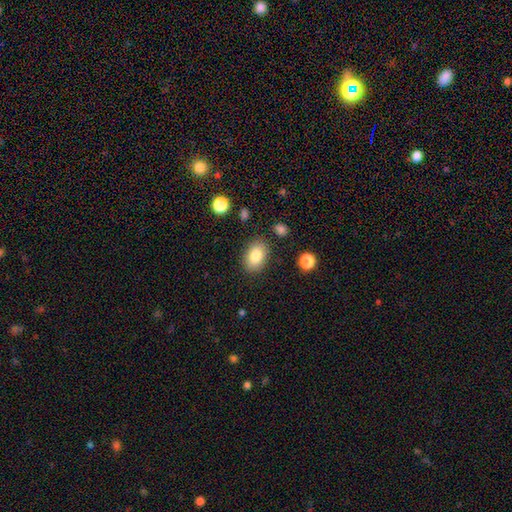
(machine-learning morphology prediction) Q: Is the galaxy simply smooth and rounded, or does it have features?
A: smooth — 82%.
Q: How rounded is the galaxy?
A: in between — 82%.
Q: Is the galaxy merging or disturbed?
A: none — 85%.